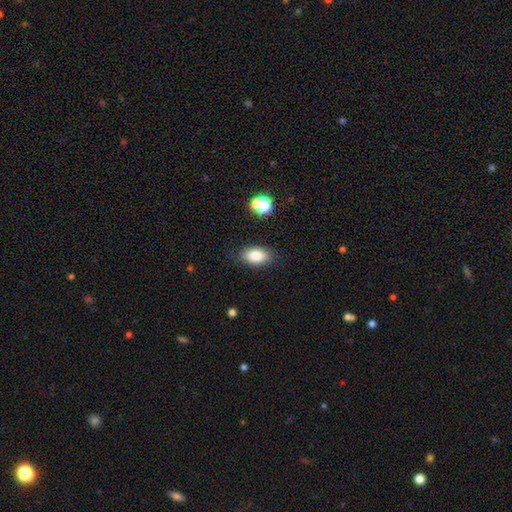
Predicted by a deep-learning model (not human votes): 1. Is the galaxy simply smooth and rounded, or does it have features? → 84% smooth, 9% star or artifact, 7% featured or disk.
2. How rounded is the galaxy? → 91% in between, 7% round, 2% cigar-shaped.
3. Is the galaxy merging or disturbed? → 84% none, 11% minor disturbance, 3% major disturbance, 2% merger.